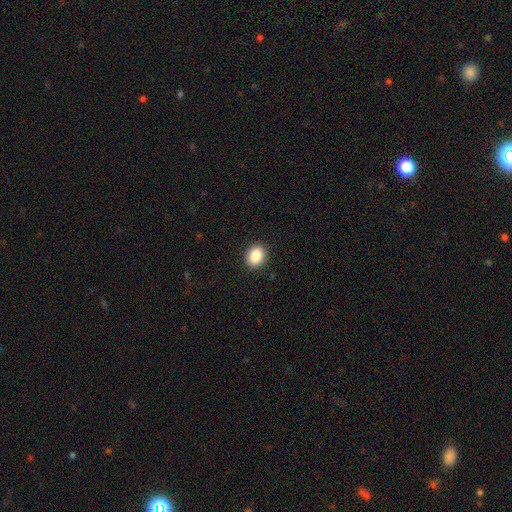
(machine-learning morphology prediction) Smooth or featured?
  - smooth: 87% *
  - star or artifact: 8%
  - featured or disk: 4%
How rounded?
  - in between: 50% *
  - round: 49%
  - cigar-shaped: 1%
Merging?
  - none: 91% *
  - minor disturbance: 6%
  - major disturbance: 2%
  - merger: 1%